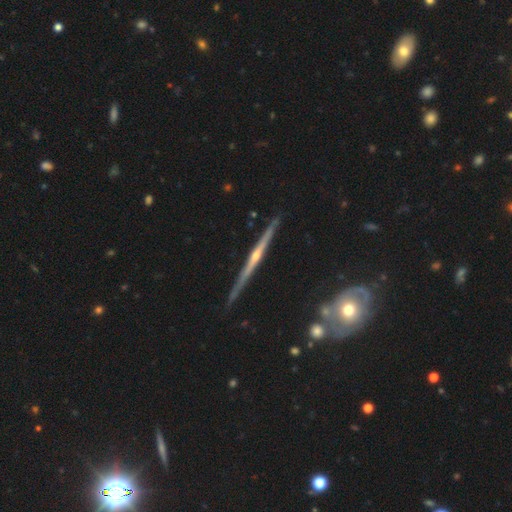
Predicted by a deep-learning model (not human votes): The model was most divided on "edge-on bulge": rounded: 75%, none: 19%, boxy: 6%. More confident: edge-on disk — yes (98%); merging — none (86%); smooth or featured — featured or disk (85%).